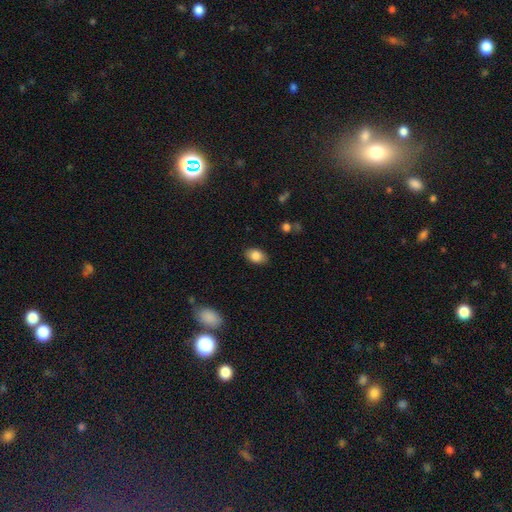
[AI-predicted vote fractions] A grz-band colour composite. It shows a smooth galaxy with no disk features (85%) that is in between round and cigar-shaped (87%). Merging: none (86%).